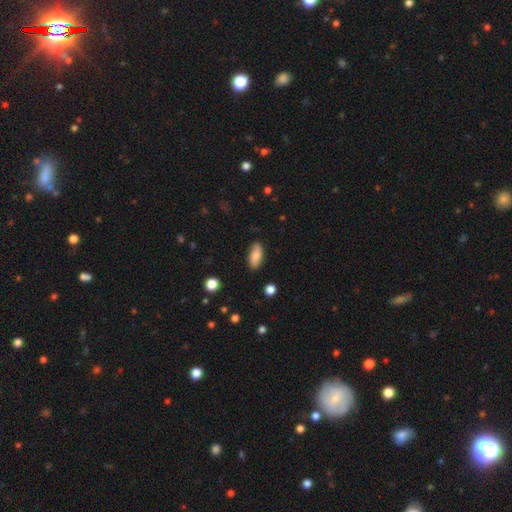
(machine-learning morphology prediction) This is clearly a smooth galaxy (82%). How rounded: clearly in between (86%). Merging: clearly none (84%).